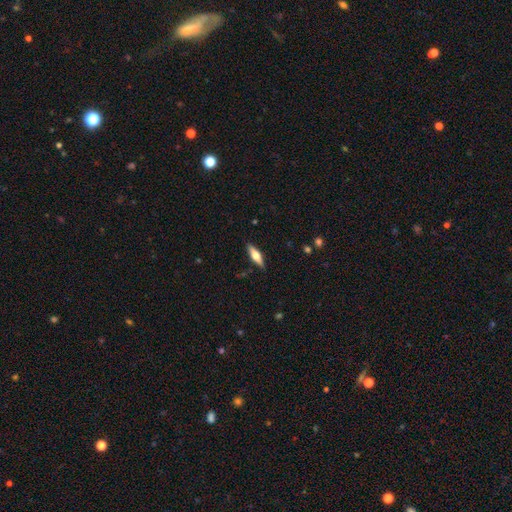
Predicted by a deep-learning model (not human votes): This is possibly a featured or disk galaxy (51%). It is clearly viewed edge-on (94%). Merging: clearly none (88%).